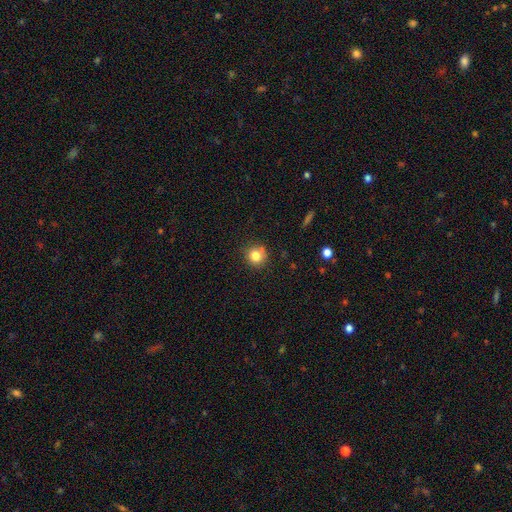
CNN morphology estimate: A smooth galaxy with no disk features (81%) that is round (91%). Merging: none (80%).